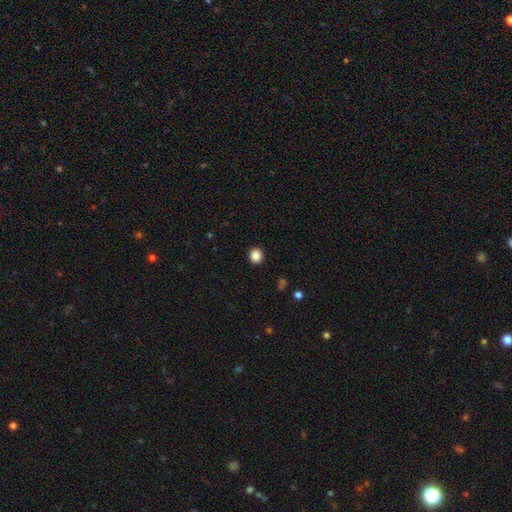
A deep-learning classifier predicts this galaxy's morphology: smooth_or_featured: smooth (p=0.87) [alt: star or artifact p=0.10]
how_rounded: round (p=0.90) [alt: in between p=0.09]
merging: none (p=0.93) [alt: minor disturbance p=0.05]